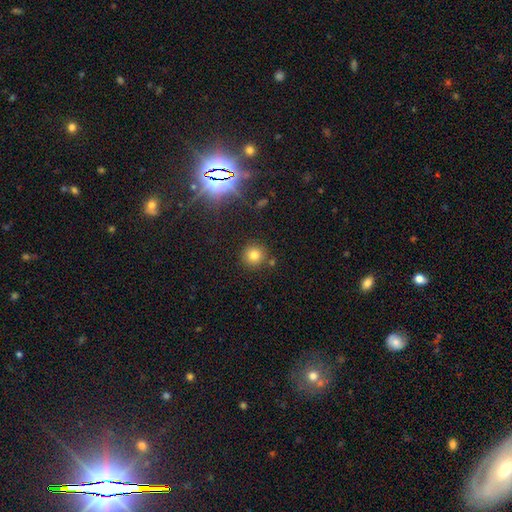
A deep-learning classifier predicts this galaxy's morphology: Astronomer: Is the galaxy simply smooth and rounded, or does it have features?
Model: smooth — 77%.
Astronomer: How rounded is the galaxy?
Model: round — 93%.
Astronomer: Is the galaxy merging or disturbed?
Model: none — 83%.